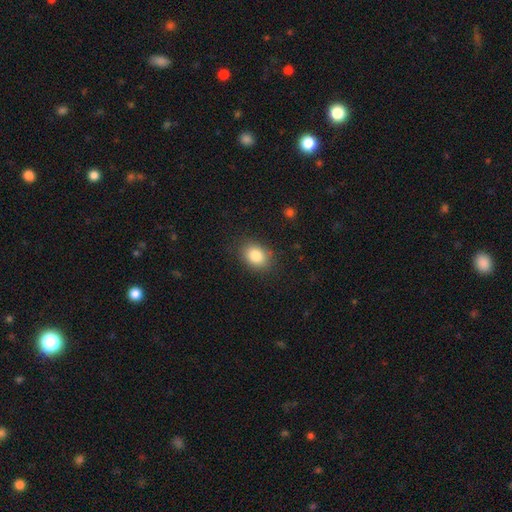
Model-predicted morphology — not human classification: This appears to be a smooth galaxy with no disk features (84%) that is in between round and cigar-shaped (64%). Merging: none (84%).